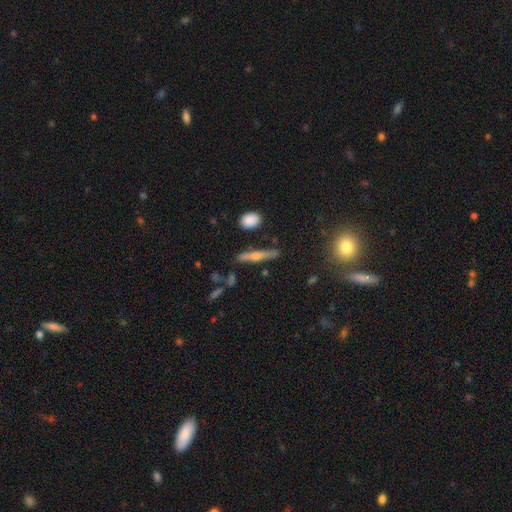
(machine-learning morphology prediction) smooth-or-featured: featured or disk: 64% | smooth: 25% | star or artifact: 11%
  disk-edge-on: yes: 93% | no: 7%
    edge-on-bulge: rounded: 90% | none: 6% | boxy: 4%
  merging: none: 83% | minor disturbance: 10% | merger: 4% | major disturbance: 3%